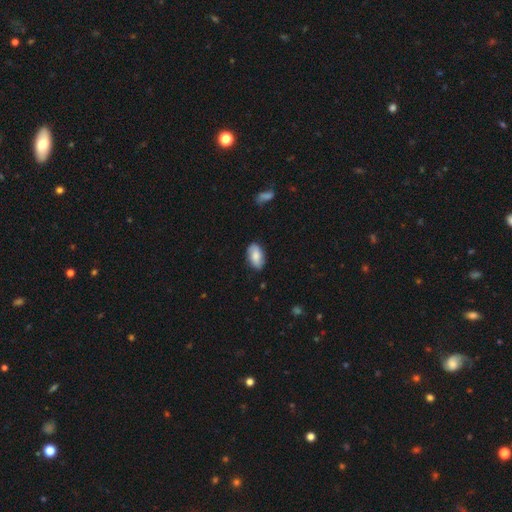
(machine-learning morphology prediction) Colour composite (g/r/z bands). It shows a smooth galaxy with no disk features (69%) that is in between round and cigar-shaped (94%). Merging: none (80%).